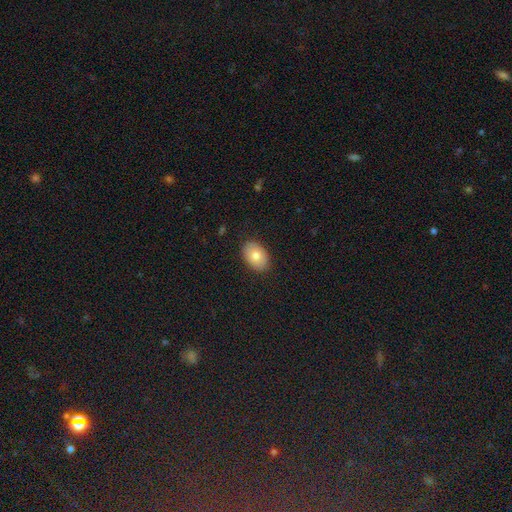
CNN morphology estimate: type=smooth (78%); roundness=in between (86%); merging=none (88%).